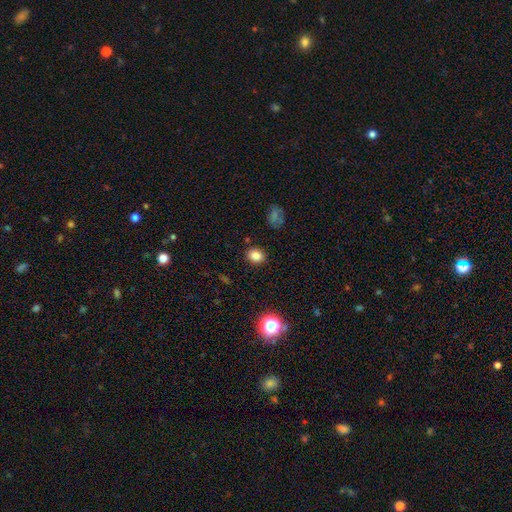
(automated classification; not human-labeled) Q: Smooth or featured?
A: smooth (83%); runner-up: star or artifact (12%)
Q: How rounded?
A: round (54%); runner-up: in between (45%)
Q: Merging?
A: none (88%); runner-up: minor disturbance (8%)